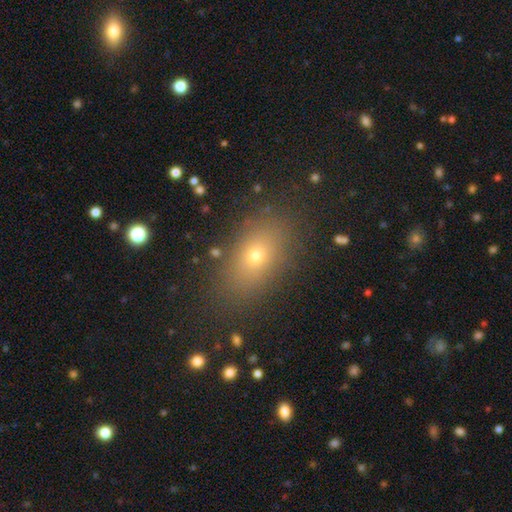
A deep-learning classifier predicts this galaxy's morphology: This is likely a smooth galaxy (70%). How rounded: likely in between (79%). Merging: clearly none (84%).